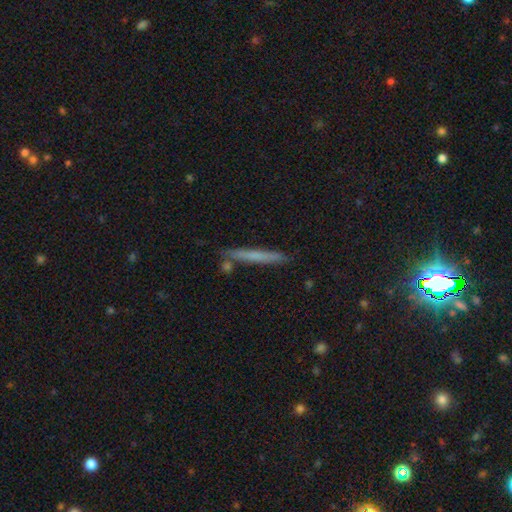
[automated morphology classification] Smooth or featured? Predicted: smooth (p=0.60). How rounded? Predicted: cigar-shaped (p=0.96). Merging? Predicted: none (p=0.85).